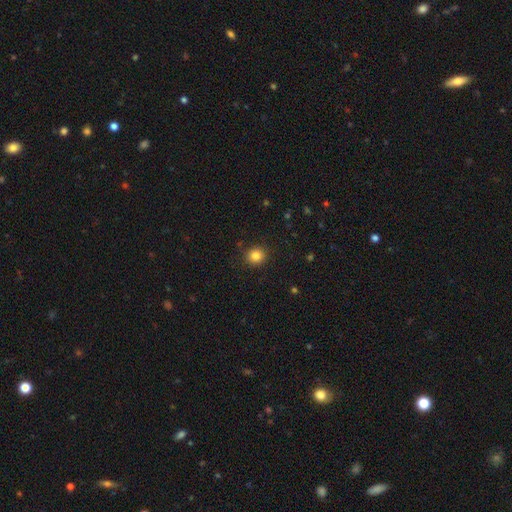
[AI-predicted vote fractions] smooth_or_featured: smooth (p=0.83) [alt: star or artifact p=0.11]
how_rounded: round (p=0.85) [alt: in between p=0.14]
merging: none (p=0.90) [alt: minor disturbance p=0.07]